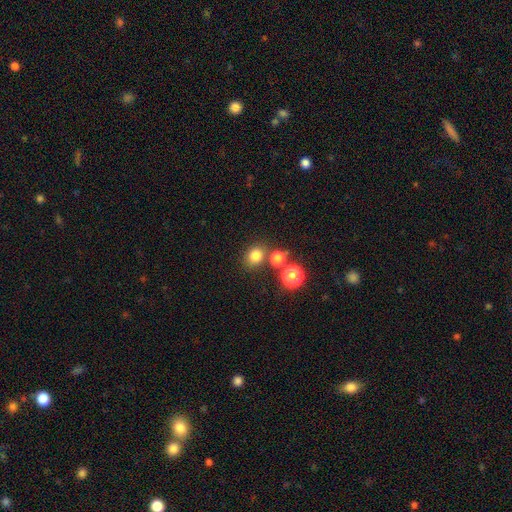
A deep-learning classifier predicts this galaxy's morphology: Smooth or featured? Predicted: smooth (p=0.78). How rounded? Predicted: round (p=0.75). Merging? Predicted: none (p=0.74).